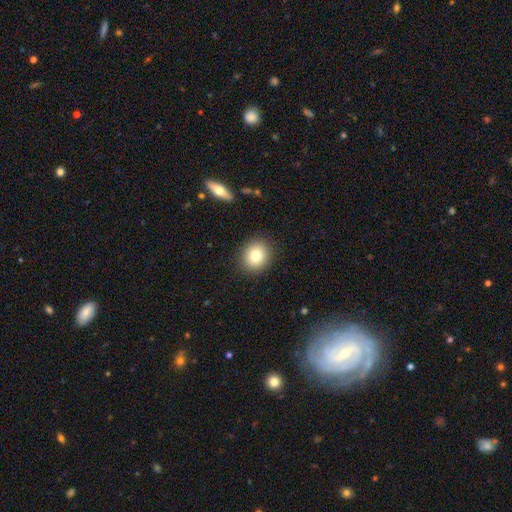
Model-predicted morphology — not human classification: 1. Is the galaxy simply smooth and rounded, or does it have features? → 79% smooth, 11% featured or disk, 10% star or artifact.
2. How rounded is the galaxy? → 77% round, 22% in between, 1% cigar-shaped.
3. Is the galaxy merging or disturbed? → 90% none, 7% minor disturbance, 2% major disturbance, 1% merger.